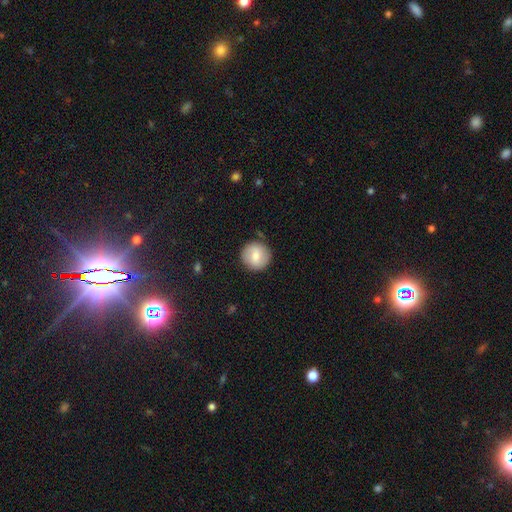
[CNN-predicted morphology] A smooth galaxy with no disk features (72%) that is round (94%).

Vote fractions:
- Smooth or featured? smooth: 72% / featured or disk: 21% / star or artifact: 7%
- How rounded? round: 94% / in between: 5% / cigar-shaped: 1%
- Merging? none: 88% / minor disturbance: 8% / major disturbance: 2% / merger: 1%